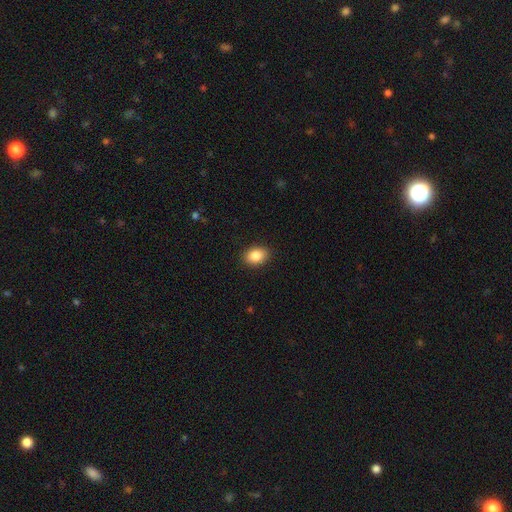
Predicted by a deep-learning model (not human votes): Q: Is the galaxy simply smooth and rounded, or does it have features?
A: smooth — 87%.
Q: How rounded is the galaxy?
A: in between — 74%.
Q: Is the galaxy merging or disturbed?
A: none — 89%.